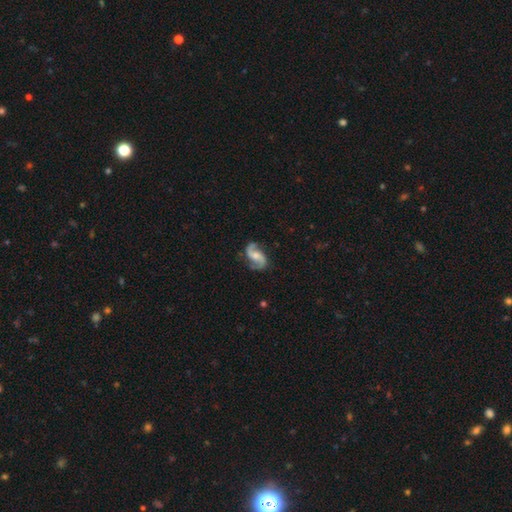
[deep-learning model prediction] Smooth or featured: featured or disk — 90% (smooth — 5%)
Edge-on disk: no — 98% (yes — 2%)
Bar: no — 46% (weak — 41%)
Spiral arms: yes — 98% (no — 2%)
Spiral winding: loose — 50% (medium — 41%)
Spiral arm count: 2 — 94% (can't tell — 2%)
Bulge size: moderate — 42% (small — 35%)
Merging: none — 80% (minor disturbance — 14%)